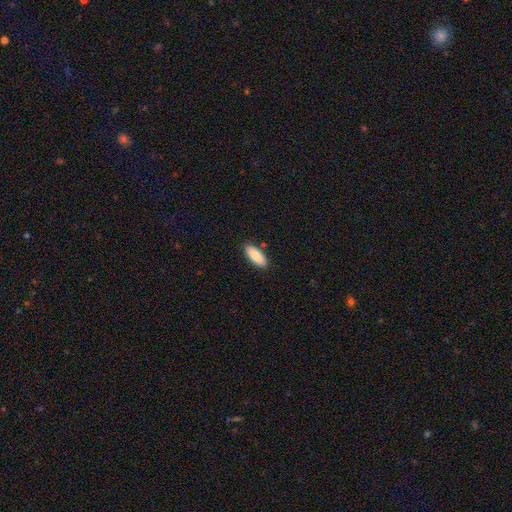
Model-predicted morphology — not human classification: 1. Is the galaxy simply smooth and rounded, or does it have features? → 88% smooth, 7% featured or disk, 6% star or artifact.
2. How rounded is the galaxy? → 77% in between, 22% cigar-shaped, 2% round.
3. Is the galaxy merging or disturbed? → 88% none, 8% minor disturbance, 2% major disturbance, 2% merger.